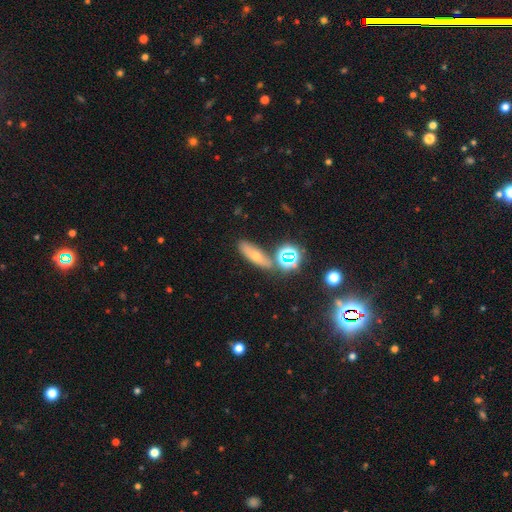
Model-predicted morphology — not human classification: Overall: smooth (58%; featured or disk 22%). How rounded: in between (45%; cigar-shaped 42%). Merging: none (72%).